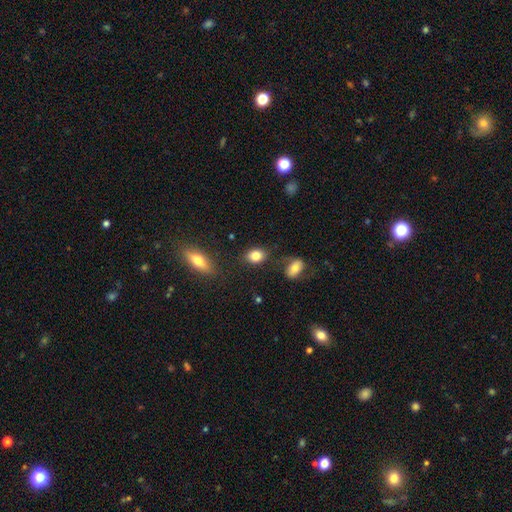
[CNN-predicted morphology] smooth_or_featured: smooth (p=0.83) [alt: star or artifact p=0.09]
how_rounded: in between (p=0.64) [alt: round p=0.34]
merging: none (p=0.79) [alt: minor disturbance p=0.13]